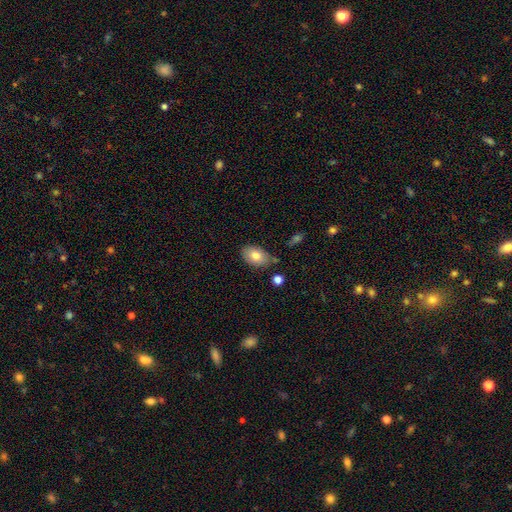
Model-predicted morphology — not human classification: smooth-or-featured: smooth: 80% | featured or disk: 12% | star or artifact: 7%
  how-rounded: in between: 90% | round: 9% | cigar-shaped: 1%
  merging: none: 76% | minor disturbance: 17% | merger: 4% | major disturbance: 3%